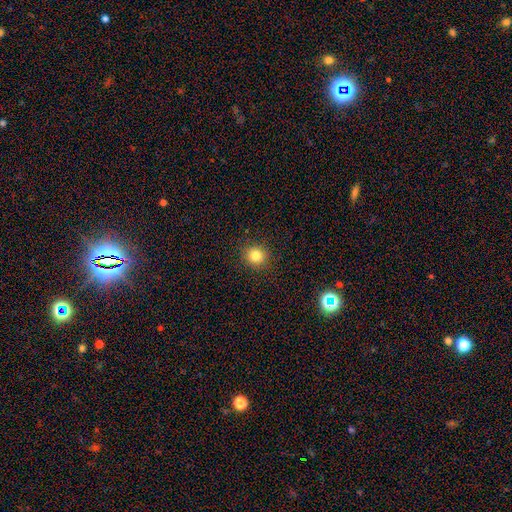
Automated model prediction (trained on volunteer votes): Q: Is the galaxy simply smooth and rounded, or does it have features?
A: smooth — 82%.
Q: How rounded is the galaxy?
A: round — 87%.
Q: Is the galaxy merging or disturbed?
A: none — 90%.